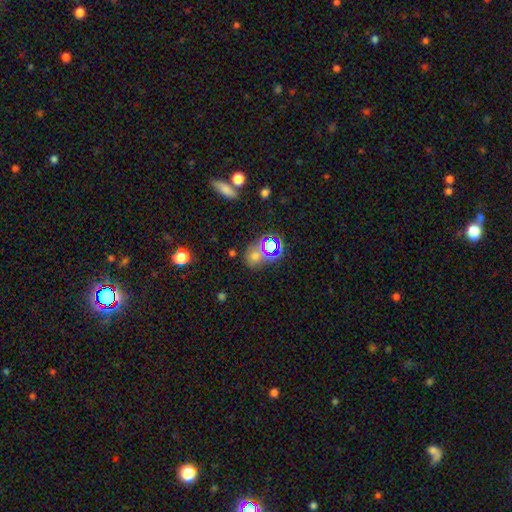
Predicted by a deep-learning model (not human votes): smooth 48%, star or artifact 40%, featured or disk 12%. Down the decision tree: merging — none (64%).